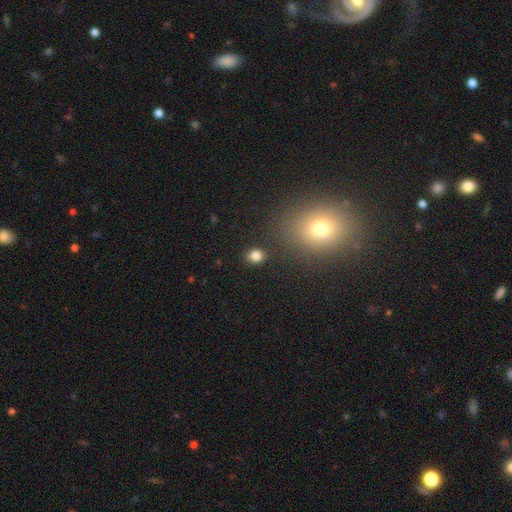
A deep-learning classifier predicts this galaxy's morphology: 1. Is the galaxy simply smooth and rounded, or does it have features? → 82% smooth, 13% star or artifact, 5% featured or disk.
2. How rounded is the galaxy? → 64% round, 35% in between, 1% cigar-shaped.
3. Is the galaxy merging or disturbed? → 86% none, 8% minor disturbance, 3% merger, 3% major disturbance.